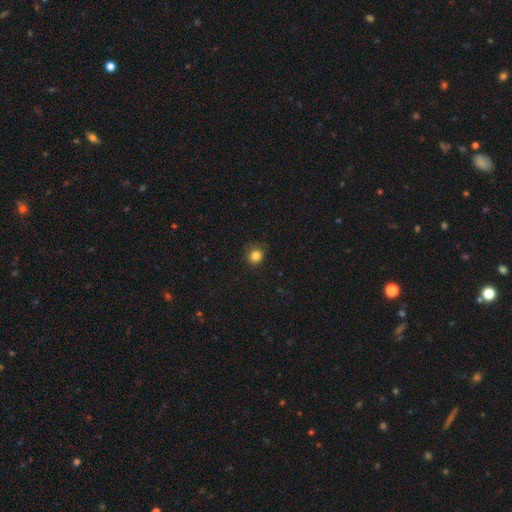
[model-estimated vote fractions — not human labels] smooth_or_featured: smooth (p=0.83) [alt: star or artifact p=0.12]
how_rounded: round (p=0.89) [alt: in between p=0.10]
merging: none (p=0.84) [alt: minor disturbance p=0.12]